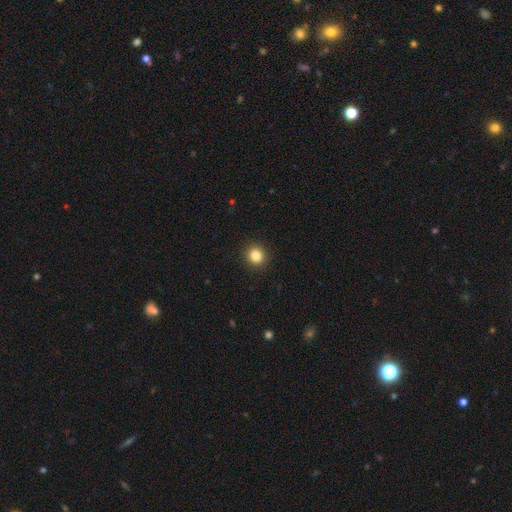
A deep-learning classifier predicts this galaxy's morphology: The model was most divided on "smooth or featured": smooth: 85%, star or artifact: 11%, featured or disk: 4%. More confident: merging — none (92%); how rounded — round (90%).